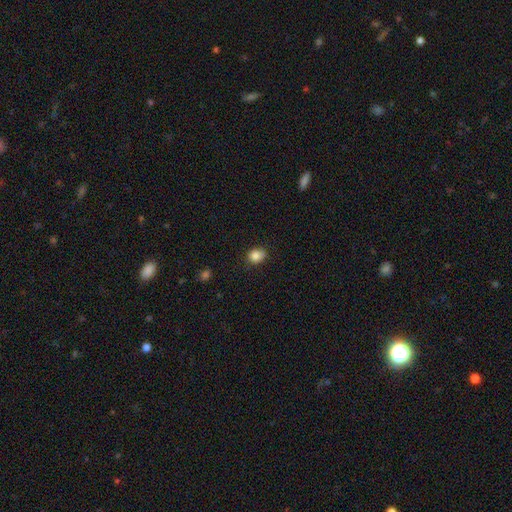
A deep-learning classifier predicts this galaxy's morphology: smooth 84%, star or artifact 10%, featured or disk 6%. Down the decision tree: how rounded — round (55%); merging — none (74%).